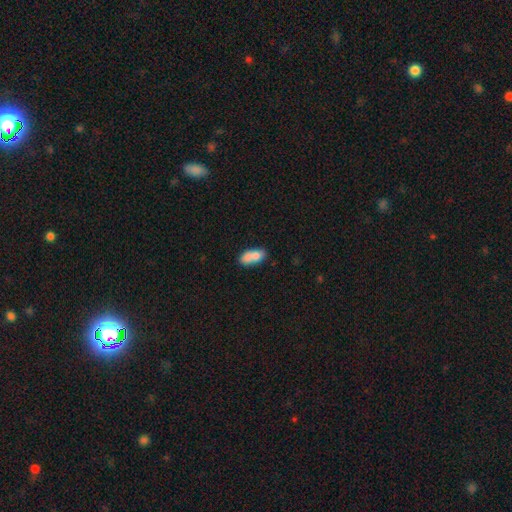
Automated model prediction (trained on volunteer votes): smooth 77%, featured or disk 15%, star or artifact 8%. Down the decision tree: how rounded — in between (83%); merging — none (47%).